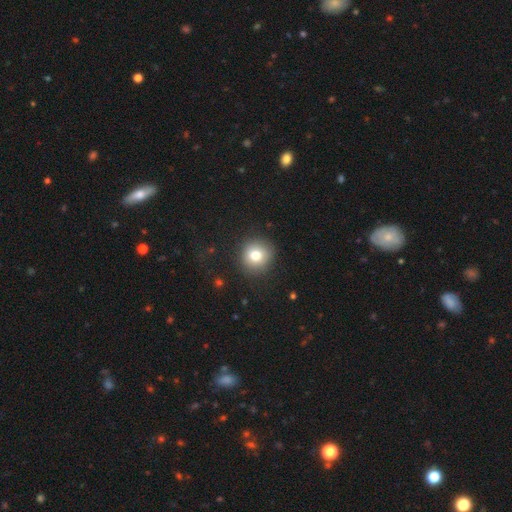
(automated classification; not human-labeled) smooth-or-featured: smooth: 78% | star or artifact: 11% | featured or disk: 11%
  how-rounded: round: 92% | in between: 7% | cigar-shaped: 1%
  merging: none: 88% | minor disturbance: 8% | major disturbance: 3% | merger: 1%